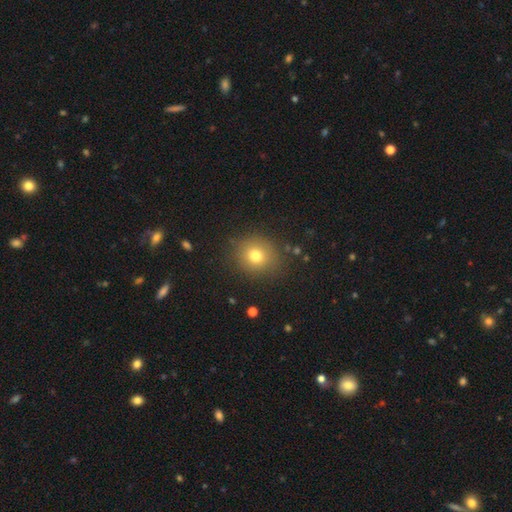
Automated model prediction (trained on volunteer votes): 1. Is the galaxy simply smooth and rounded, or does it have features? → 74% smooth, 15% star or artifact, 11% featured or disk.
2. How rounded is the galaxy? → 82% round, 17% in between, 1% cigar-shaped.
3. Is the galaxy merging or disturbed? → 85% none, 10% minor disturbance, 4% major disturbance, 2% merger.